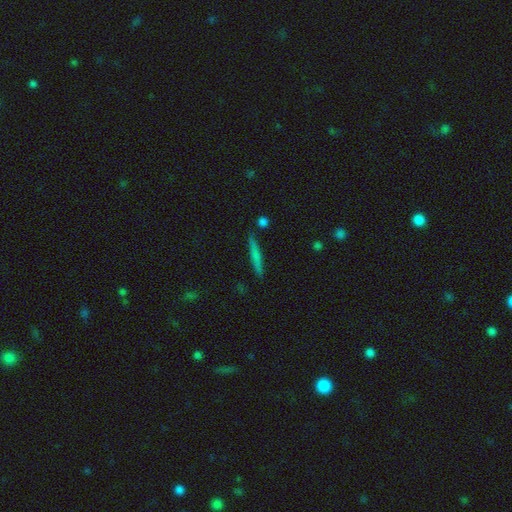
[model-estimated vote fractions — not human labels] smooth-or-featured: smooth: 60% | featured or disk: 33% | star or artifact: 7%
  how-rounded: cigar-shaped: 95% | in between: 3% | round: 2%
  merging: none: 87% | minor disturbance: 8% | merger: 2% | major disturbance: 2%